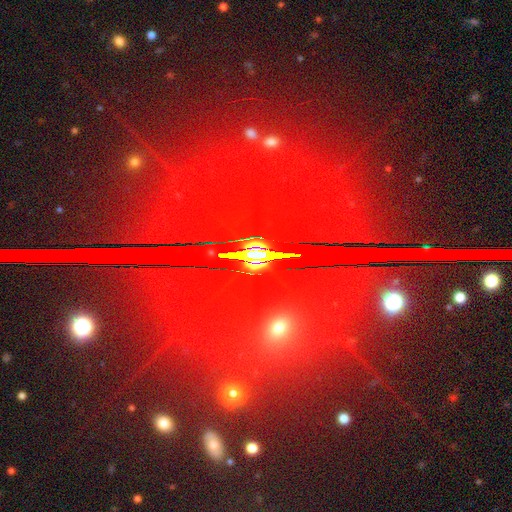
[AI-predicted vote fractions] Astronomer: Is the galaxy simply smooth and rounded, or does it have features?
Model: star or artifact — 78%.